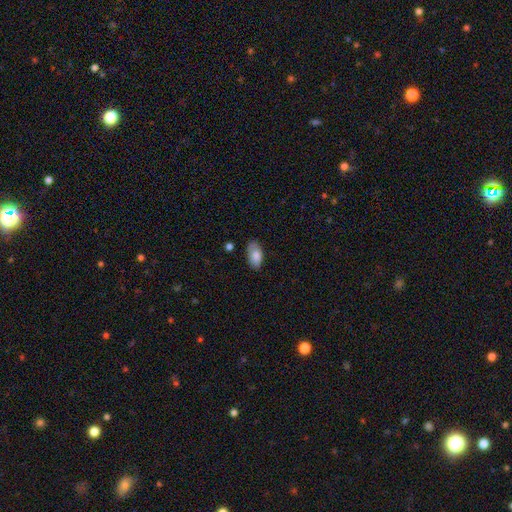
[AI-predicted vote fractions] This is clearly a smooth galaxy (81%). How rounded: clearly in between (94%). Merging: likely none (74%).